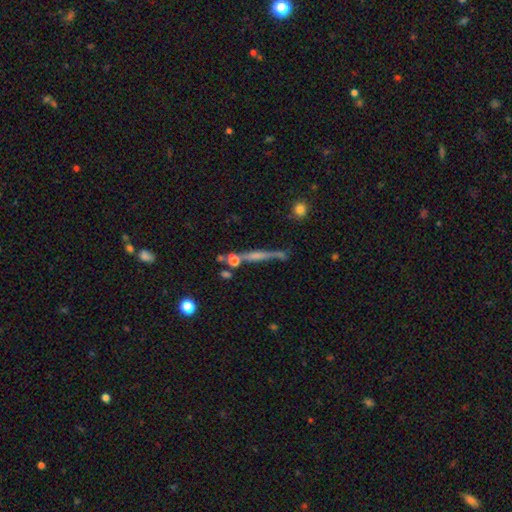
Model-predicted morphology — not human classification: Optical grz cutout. It shows a featured or disk galaxy (51%) viewed edge-on (89%). Merging: none (62%).